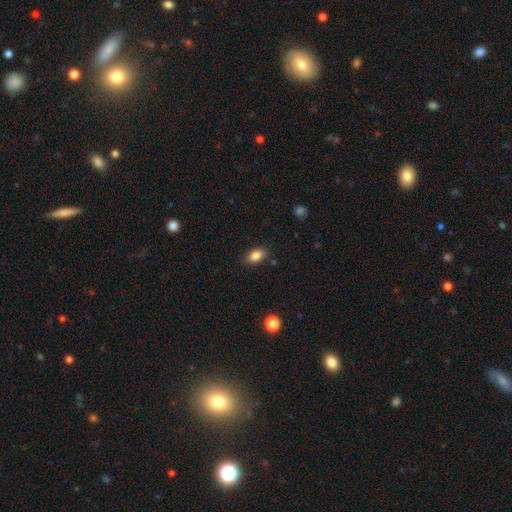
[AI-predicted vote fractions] smooth 84%, star or artifact 9%, featured or disk 8%. Down the decision tree: how rounded — in between (86%); merging — none (84%).